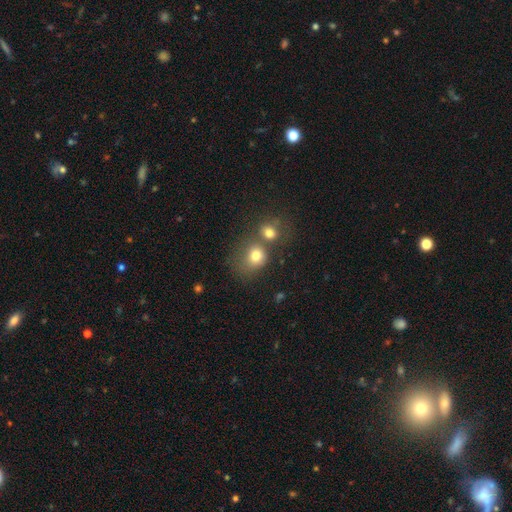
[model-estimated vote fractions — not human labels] smooth-or-featured: smooth: 76% | star or artifact: 13% | featured or disk: 11%
  how-rounded: round: 69% | in between: 30% | cigar-shaped: 1%
  merging: merger: 45% | none: 37% | minor disturbance: 11% | major disturbance: 7%